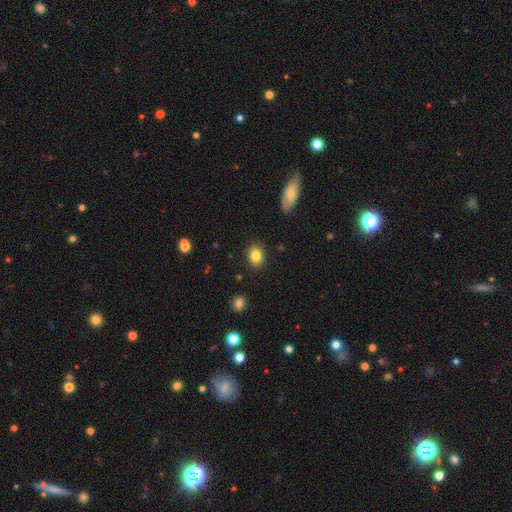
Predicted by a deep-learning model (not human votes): Smooth or featured? smooth (83%)
How rounded? round (53%)
Merging? none (88%)